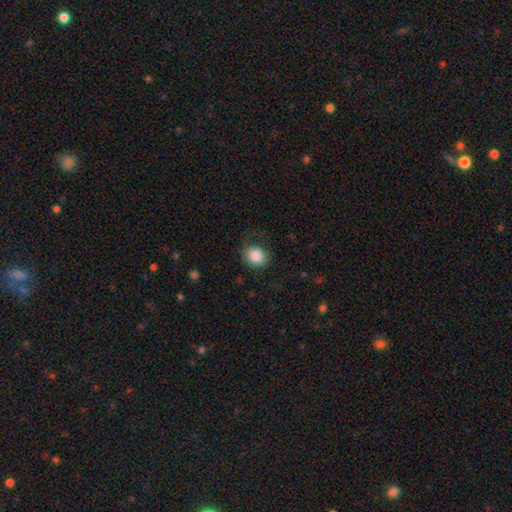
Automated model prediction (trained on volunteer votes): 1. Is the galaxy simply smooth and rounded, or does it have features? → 85% smooth, 8% star or artifact, 6% featured or disk.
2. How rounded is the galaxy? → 67% round, 33% in between, 1% cigar-shaped.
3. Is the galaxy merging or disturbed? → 73% none, 18% minor disturbance, 8% major disturbance, 1% merger.